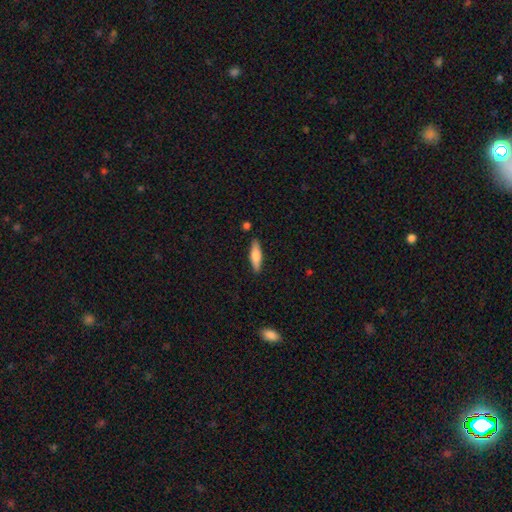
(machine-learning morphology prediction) Q: Smooth or featured?
A: smooth (65%); runner-up: featured or disk (29%)
Q: How rounded?
A: cigar-shaped (59%); runner-up: in between (39%)
Q: Merging?
A: none (86%); runner-up: minor disturbance (9%)